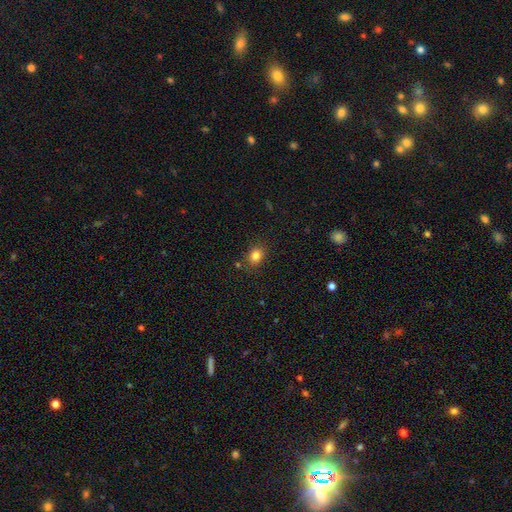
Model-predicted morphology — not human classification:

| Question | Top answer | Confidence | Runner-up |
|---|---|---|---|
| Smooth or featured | smooth | 81% | star or artifact (12%) |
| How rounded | in between | 50% | round (49%) |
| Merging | none | 81% | minor disturbance (12%) |